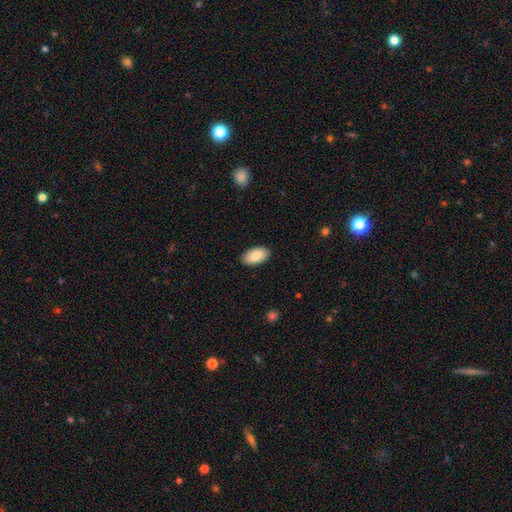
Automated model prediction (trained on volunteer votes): The model was most divided on "smooth or featured": smooth: 84%, featured or disk: 9%, star or artifact: 6%. More confident: how rounded — in between (95%); merging — none (89%).